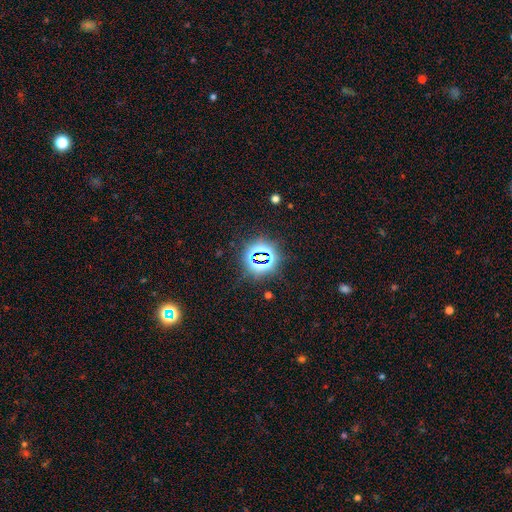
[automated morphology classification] Smooth or featured? Predicted: star or artifact (p=0.76).